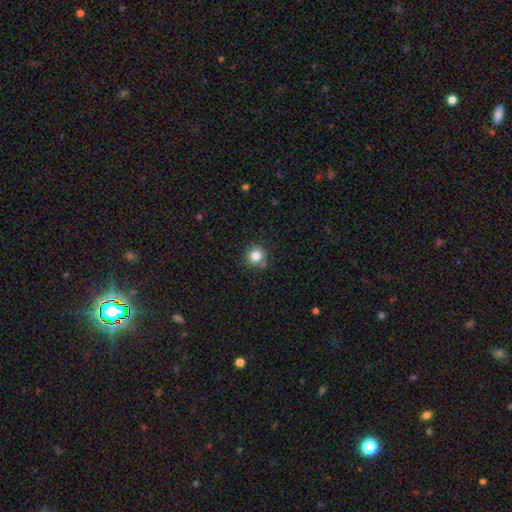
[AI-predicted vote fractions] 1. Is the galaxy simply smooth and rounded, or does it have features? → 82% smooth, 12% star or artifact, 6% featured or disk.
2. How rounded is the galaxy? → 93% round, 6% in between, 1% cigar-shaped.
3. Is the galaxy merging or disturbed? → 82% none, 11% minor disturbance, 4% merger, 3% major disturbance.